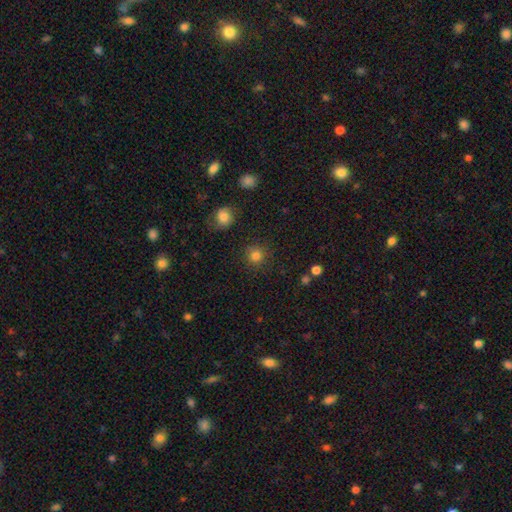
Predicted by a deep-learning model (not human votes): Smooth or featured: smooth — 82% (star or artifact — 13%)
How rounded: round — 93% (in between — 6%)
Merging: none — 86% (minor disturbance — 8%)